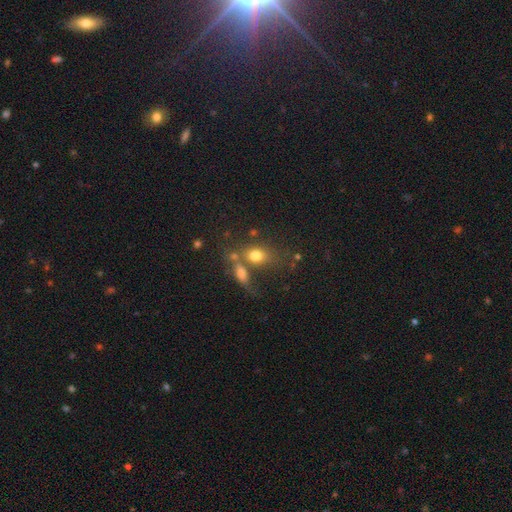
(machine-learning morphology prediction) Overall: smooth (75%). How rounded: in between (70%). Merging: none (45%; merger 33%).